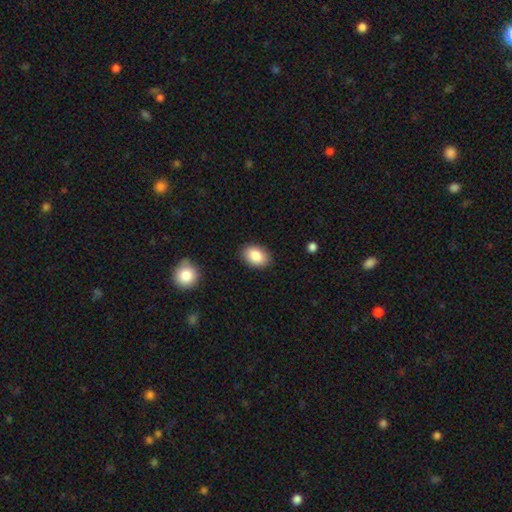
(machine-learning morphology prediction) This appears to be a smooth galaxy with no disk features (86%) that is in between round and cigar-shaped (83%). Merging: none (87%).